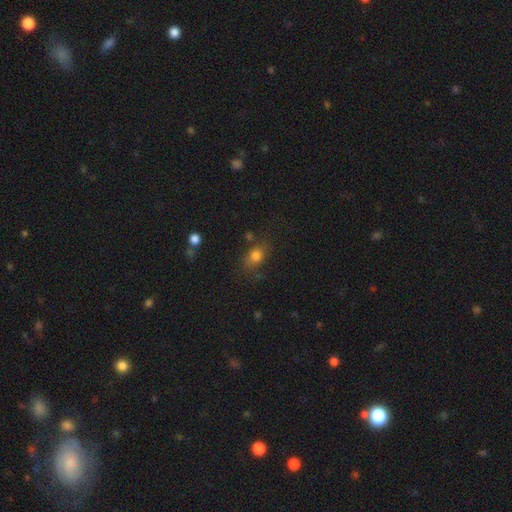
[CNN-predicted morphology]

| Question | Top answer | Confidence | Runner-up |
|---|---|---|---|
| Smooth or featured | smooth | 76% | star or artifact (13%) |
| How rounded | in between | 58% | round (39%) |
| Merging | none | 66% | minor disturbance (21%) |